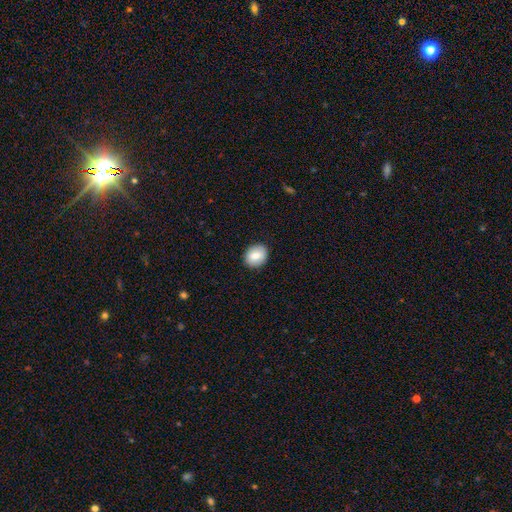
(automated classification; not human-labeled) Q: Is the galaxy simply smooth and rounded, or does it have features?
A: smooth — 81%.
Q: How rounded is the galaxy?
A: round — 50%.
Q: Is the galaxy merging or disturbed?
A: none — 89%.